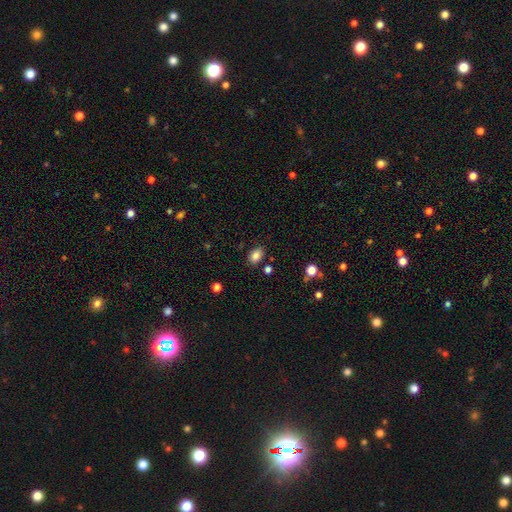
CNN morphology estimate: smooth_or_featured: smooth (p=0.84) [alt: star or artifact p=0.10]
how_rounded: in between (p=0.79) [alt: round p=0.20]
merging: none (p=0.83) [alt: minor disturbance p=0.11]